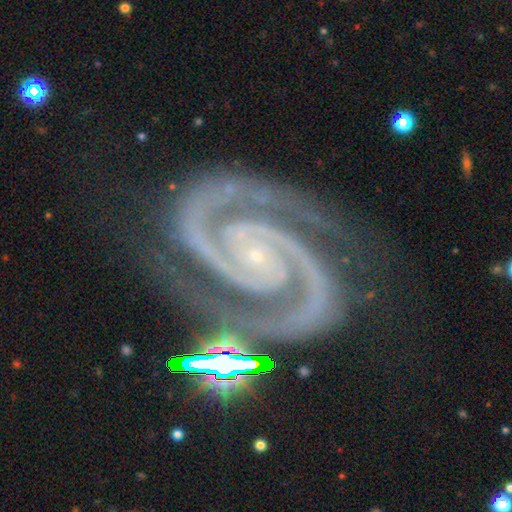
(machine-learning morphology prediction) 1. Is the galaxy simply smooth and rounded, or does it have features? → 94% featured or disk, 4% star or artifact, 2% smooth.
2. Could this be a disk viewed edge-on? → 98% no, 2% yes.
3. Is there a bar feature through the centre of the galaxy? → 63% no, 21% weak, 17% strong.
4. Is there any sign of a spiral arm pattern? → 99% yes, 1% no.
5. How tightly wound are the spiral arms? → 66% tight, 30% medium, 4% loose.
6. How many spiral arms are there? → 93% 2, 2% 3, 1% can't tell, 1% 4, 1% 1, 1% more than 4.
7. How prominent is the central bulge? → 88% small, 7% moderate, 3% none, 1% large, 1% dominant.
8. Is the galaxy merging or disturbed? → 75% none, 15% minor disturbance, 5% major disturbance, 5% merger.